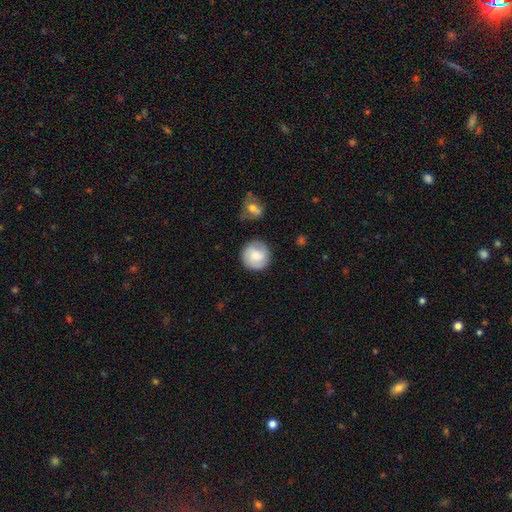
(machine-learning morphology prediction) smooth-or-featured: smooth: 60% | featured or disk: 33% | star or artifact: 7%
  how-rounded: round: 93% | in between: 6% | cigar-shaped: 1%
  merging: none: 82% | minor disturbance: 12% | merger: 3% | major disturbance: 3%